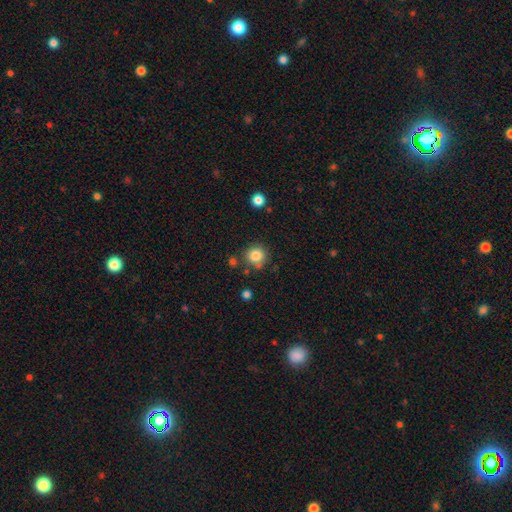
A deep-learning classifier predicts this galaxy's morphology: The model was most divided on "merging": none: 77%, minor disturbance: 12%, merger: 7%, major disturbance: 4%. More confident: how rounded — round (90%); smooth or featured — smooth (83%).